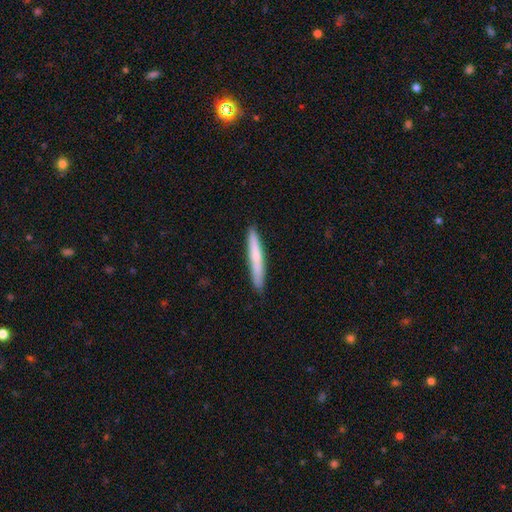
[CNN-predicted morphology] Smooth or featured: smooth — 66% (featured or disk — 28%)
How rounded: cigar-shaped — 96% (in between — 3%)
Merging: none — 90% (minor disturbance — 7%)